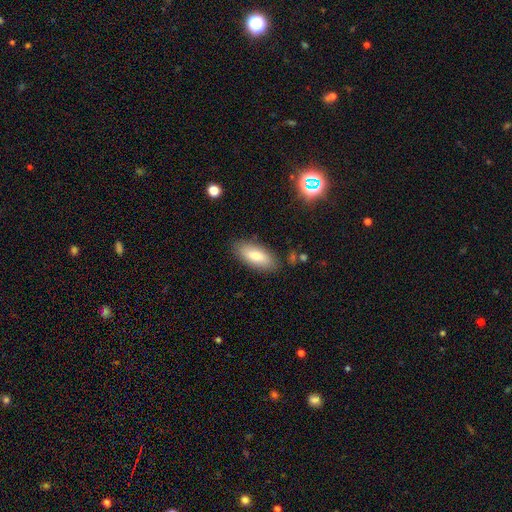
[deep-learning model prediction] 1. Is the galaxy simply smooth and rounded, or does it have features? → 79% smooth, 14% featured or disk, 6% star or artifact.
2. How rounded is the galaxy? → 83% in between, 14% cigar-shaped, 2% round.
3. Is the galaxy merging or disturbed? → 83% none, 12% minor disturbance, 3% major disturbance, 2% merger.